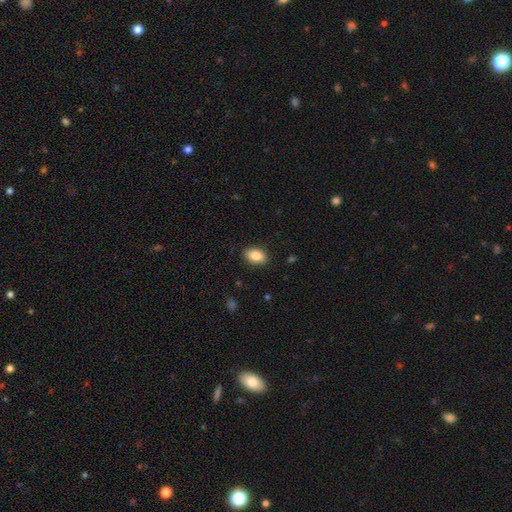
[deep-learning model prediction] Q: Smooth or featured?
A: smooth (86%); runner-up: star or artifact (8%)
Q: How rounded?
A: in between (89%); runner-up: round (9%)
Q: Merging?
A: none (88%); runner-up: minor disturbance (8%)